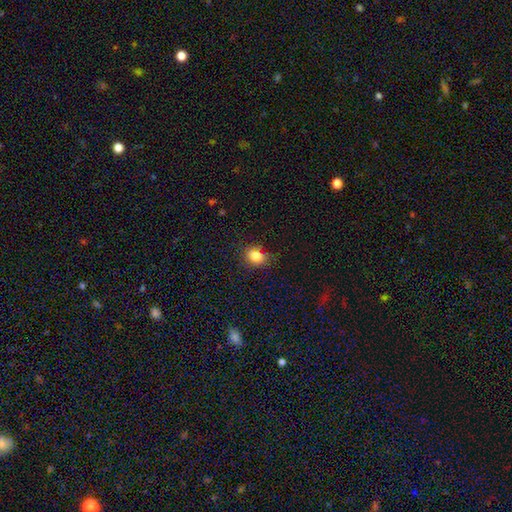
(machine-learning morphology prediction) smooth 81%, star or artifact 12%, featured or disk 6%. Down the decision tree: how rounded — round (59%); merging — none (78%).